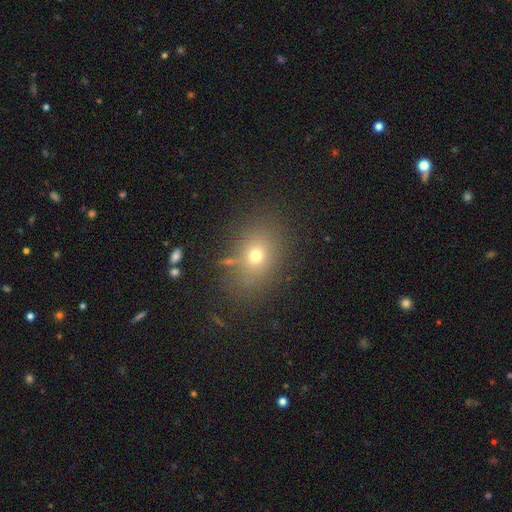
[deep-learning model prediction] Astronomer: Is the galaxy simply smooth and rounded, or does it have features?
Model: smooth — 67%.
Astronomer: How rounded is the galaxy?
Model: in between — 57% (runner-up: round, 41%).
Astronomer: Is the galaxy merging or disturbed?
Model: none — 78%.